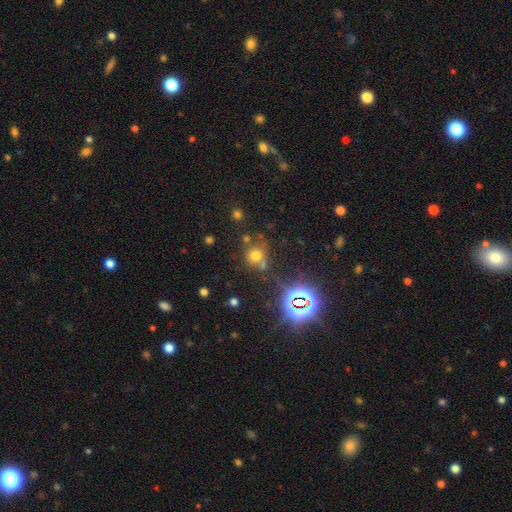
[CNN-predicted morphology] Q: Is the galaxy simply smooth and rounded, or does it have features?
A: smooth — 62%.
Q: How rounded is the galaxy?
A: round — 86%.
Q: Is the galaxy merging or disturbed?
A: none — 59%.